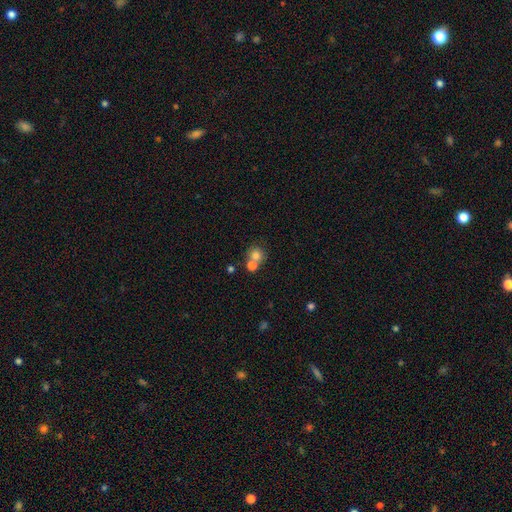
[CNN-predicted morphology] type=smooth (77%); roundness=round (87%); merging=none (51%).